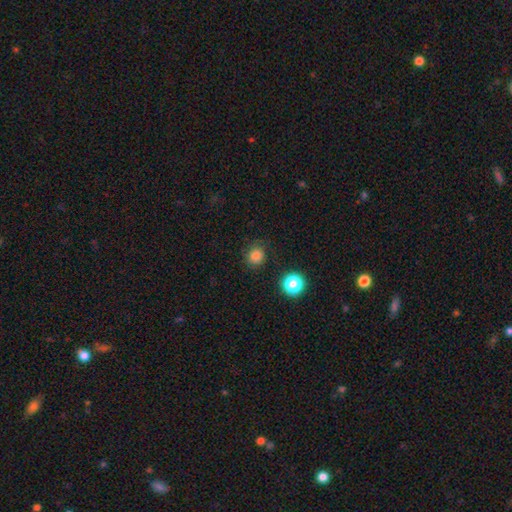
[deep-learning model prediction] Morphology: type=smooth (81%); roundness=round (88%); merging=none (83%).